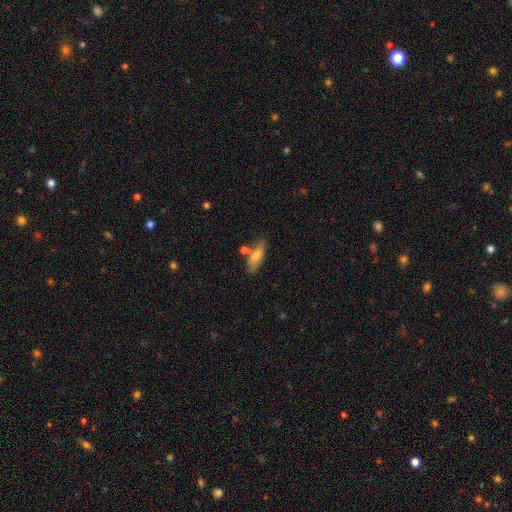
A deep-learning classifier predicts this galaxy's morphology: Overall: smooth (69%). How rounded: in between (58%; cigar-shaped 39%). Merging: none (62%).